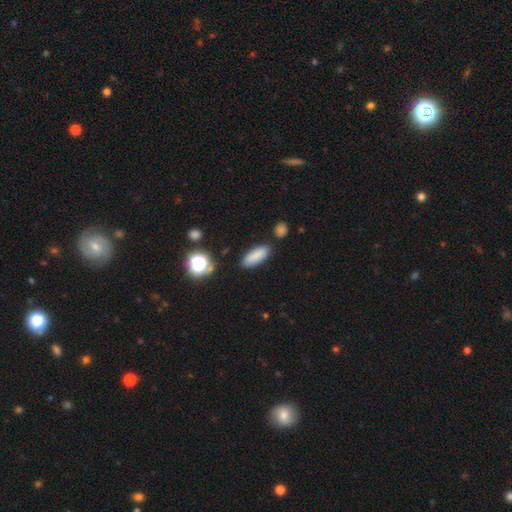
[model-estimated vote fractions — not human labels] Smooth or featured?
  - smooth: 85% *
  - star or artifact: 9%
  - featured or disk: 6%
How rounded?
  - in between: 63% *
  - cigar-shaped: 35%
  - round: 3%
Merging?
  - none: 85% *
  - minor disturbance: 9%
  - merger: 3%
  - major disturbance: 3%